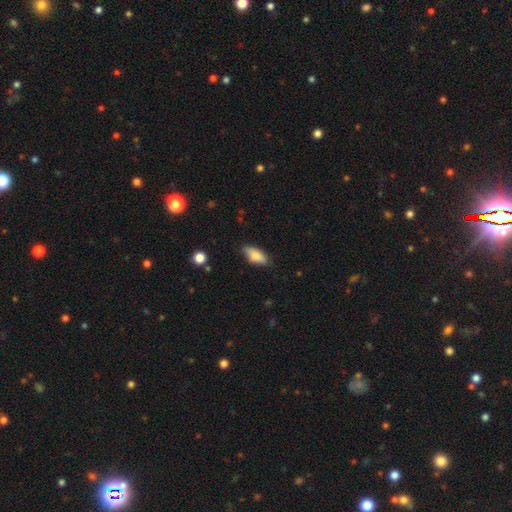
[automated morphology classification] type=smooth (84%); roundness=in between (83%); merging=none (78%).